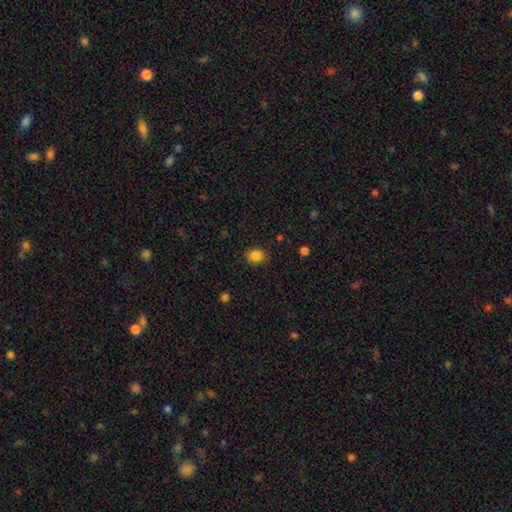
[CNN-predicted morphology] A smooth galaxy with no disk features (85%) that is round (54%). Merging: none (86%).